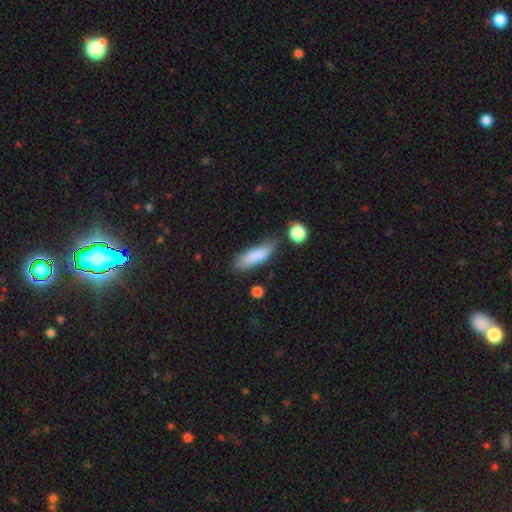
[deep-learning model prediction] smooth-or-featured: smooth: 83% | featured or disk: 10% | star or artifact: 7%
  how-rounded: cigar-shaped: 51% | in between: 47% | round: 2%
  merging: none: 68% | minor disturbance: 20% | merger: 6% | major disturbance: 6%